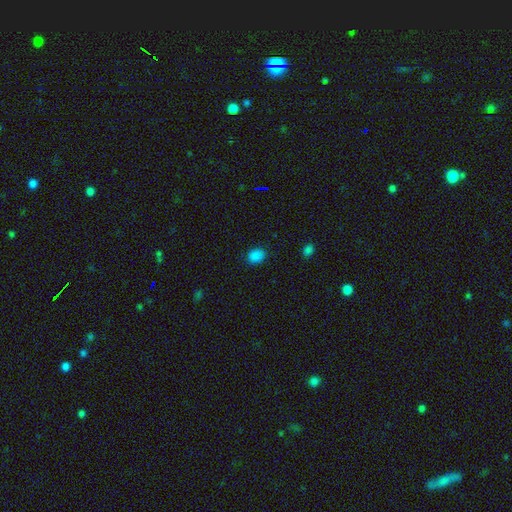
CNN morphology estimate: Smooth or featured? smooth (84%)
How rounded? in between (54%)
Merging? none (87%)